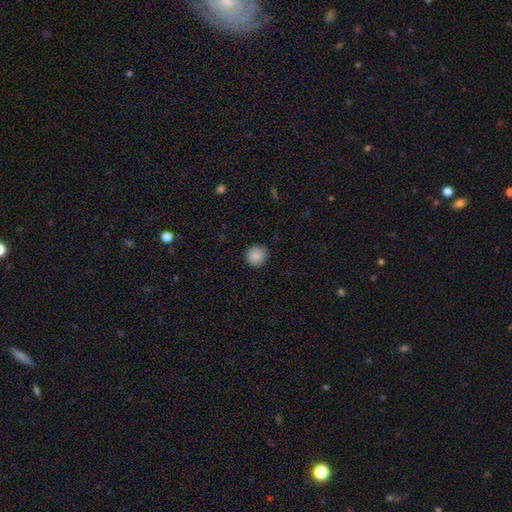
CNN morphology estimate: Smooth or featured?
  - smooth: 88% *
  - star or artifact: 9%
  - featured or disk: 4%
How rounded?
  - round: 92% *
  - in between: 7%
  - cigar-shaped: 1%
Merging?
  - none: 90% *
  - minor disturbance: 7%
  - major disturbance: 2%
  - merger: 1%